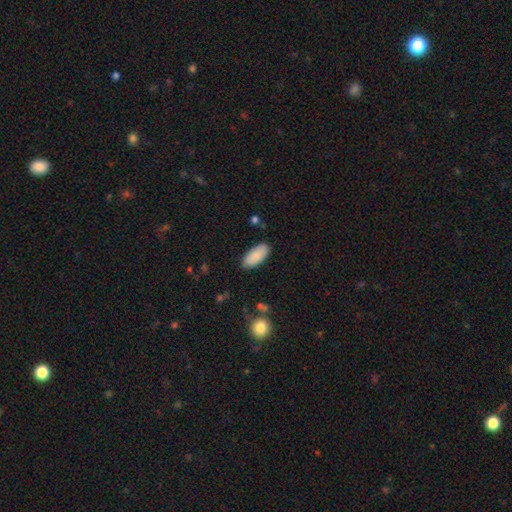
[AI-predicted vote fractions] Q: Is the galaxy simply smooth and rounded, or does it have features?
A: smooth — 87%.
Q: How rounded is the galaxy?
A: in between — 89%.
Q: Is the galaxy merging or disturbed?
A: none — 86%.